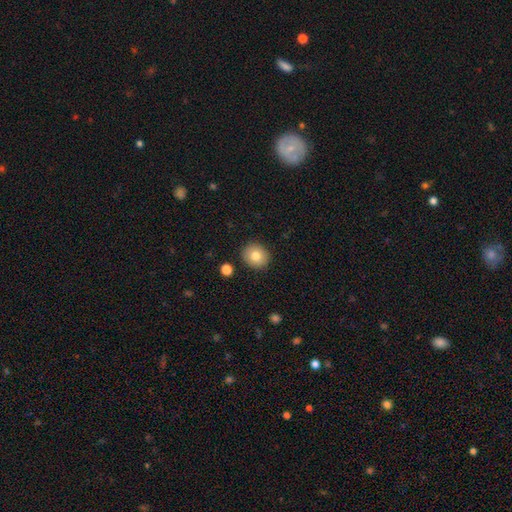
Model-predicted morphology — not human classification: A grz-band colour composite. It shows a smooth galaxy with no disk features (80%) that is round (81%). Merging: none (90%).